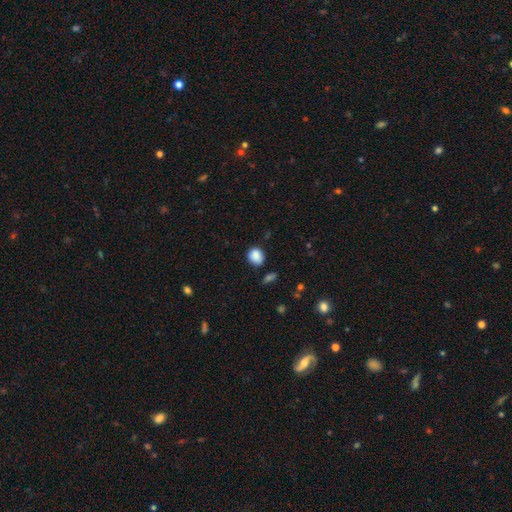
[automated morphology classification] smooth 87%, star or artifact 9%, featured or disk 4%. Down the decision tree: how rounded — round (68%); merging — none (77%).